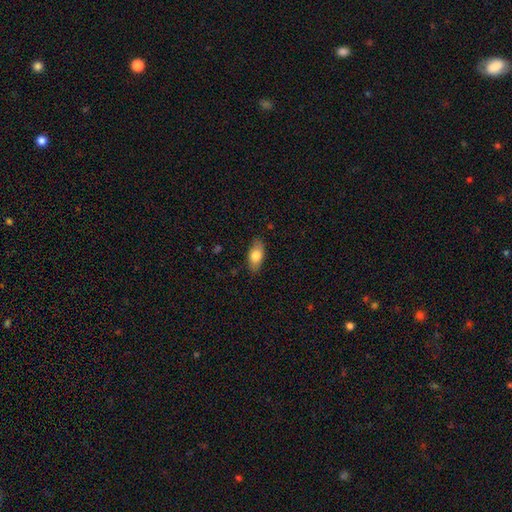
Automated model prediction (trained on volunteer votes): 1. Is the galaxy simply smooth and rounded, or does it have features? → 78% smooth, 16% featured or disk, 7% star or artifact.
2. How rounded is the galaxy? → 88% in between, 8% cigar-shaped, 4% round.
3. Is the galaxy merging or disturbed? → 84% none, 12% minor disturbance, 3% major disturbance, 1% merger.